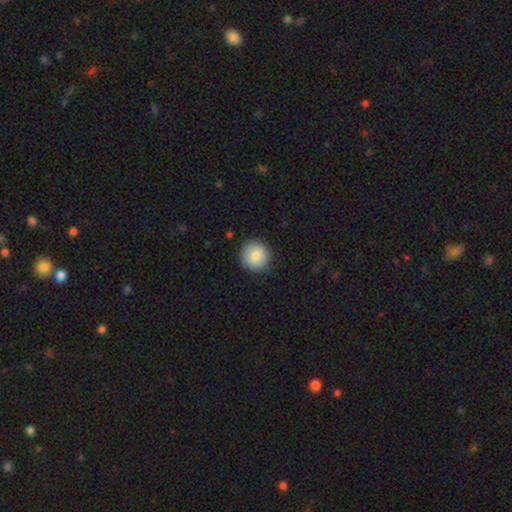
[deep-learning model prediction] A smooth galaxy with no disk features (85%) that is round (94%).

Vote fractions:
- Smooth or featured? smooth: 85% / star or artifact: 8% / featured or disk: 7%
- How rounded? round: 94% / in between: 5% / cigar-shaped: 1%
- Merging? none: 89% / minor disturbance: 8% / major disturbance: 2% / merger: 1%